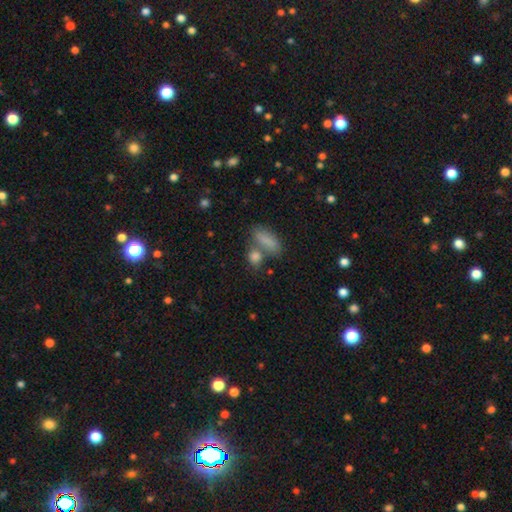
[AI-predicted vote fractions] Smooth or featured: smooth — 76% (star or artifact — 14%)
How rounded: in between — 58% (cigar-shaped — 24%)
Merging: none — 56% (merger — 27%)